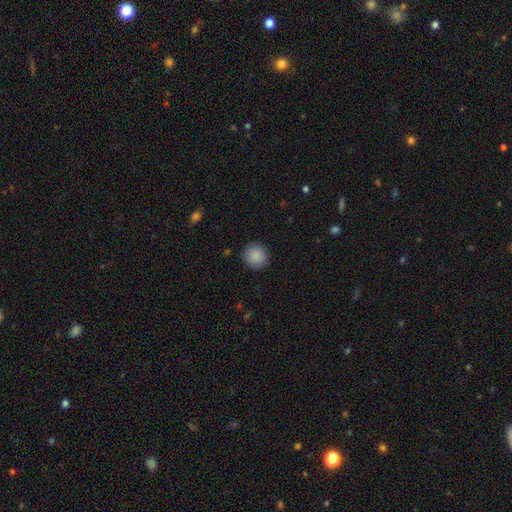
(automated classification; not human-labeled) Smooth or featured? smooth (89%)
How rounded? round (95%)
Merging? none (91%)